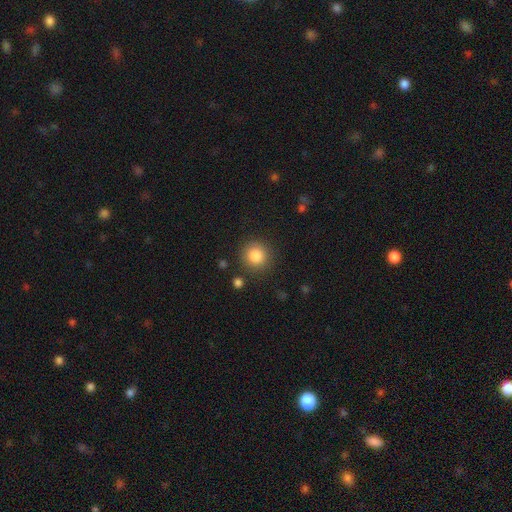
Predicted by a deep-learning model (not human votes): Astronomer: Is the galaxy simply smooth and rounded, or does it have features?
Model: smooth — 85%.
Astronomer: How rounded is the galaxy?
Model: round — 93%.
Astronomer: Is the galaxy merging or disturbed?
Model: none — 87%.